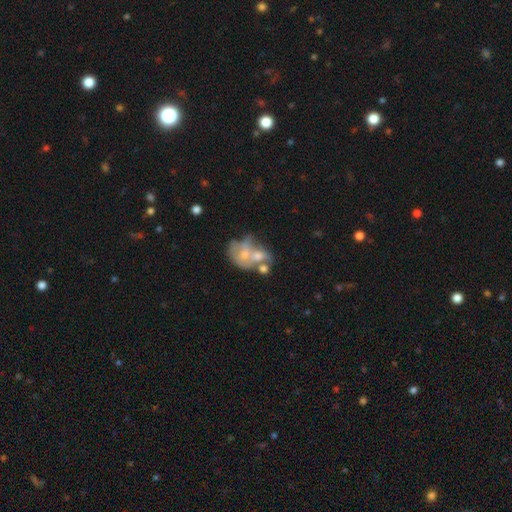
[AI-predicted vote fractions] Smooth or featured: featured or disk — 56% (smooth — 32%)
Edge-on disk: no — 97% (yes — 3%)
Bar: no — 81% (weak — 15%)
Spiral arms: no — 68% (yes — 32%)
Bulge size: small — 45% (moderate — 40%)
Merging: merger — 46% (none — 26%)